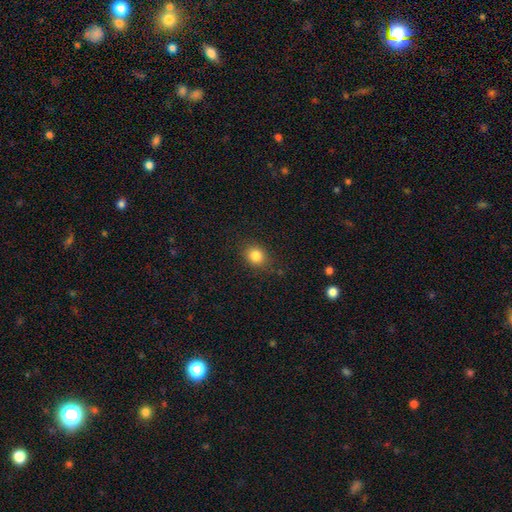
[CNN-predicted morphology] Smooth or featured? smooth (84%)
How rounded? round (66%)
Merging? none (84%)